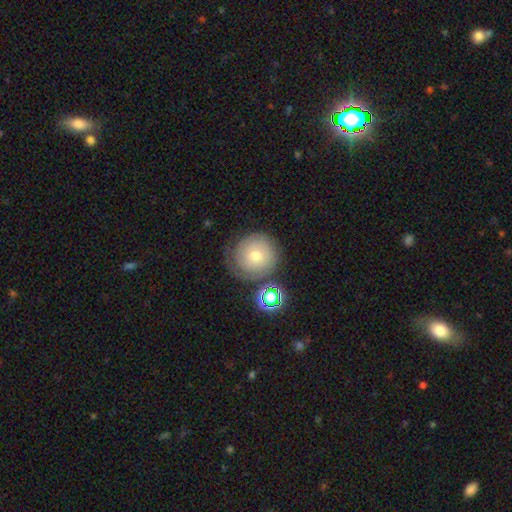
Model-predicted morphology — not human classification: Q: Smooth or featured?
A: featured or disk (48%); runner-up: smooth (42%)
Q: Merging?
A: none (64%); runner-up: minor disturbance (18%)